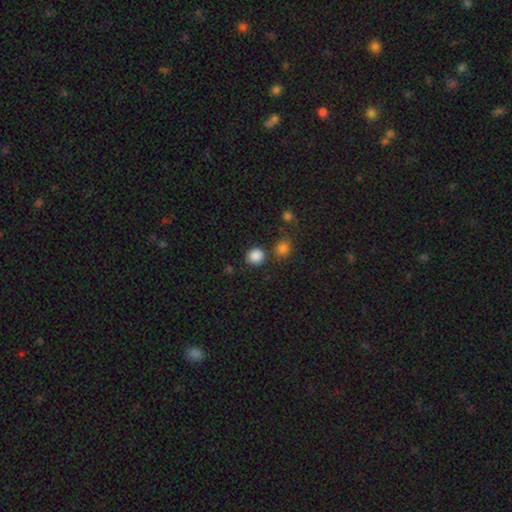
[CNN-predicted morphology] type=smooth (86%); roundness=round (84%); merging=none (79%).